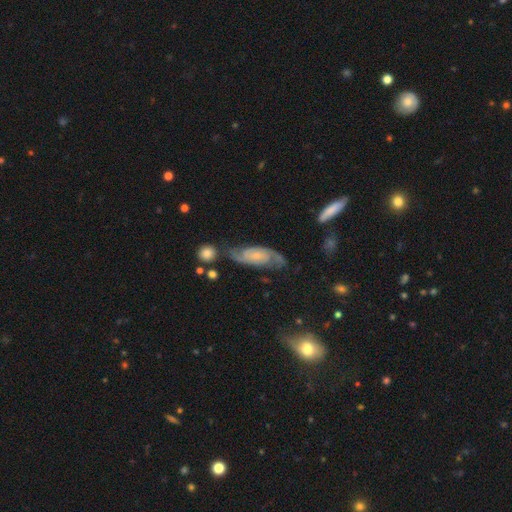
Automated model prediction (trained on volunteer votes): This appears to be a featured or disk galaxy (79%) with no bar (60%), 2 (86%) medium (46%) spiral arms (95%) and a small central bulge (55%). Merging: none (68%).